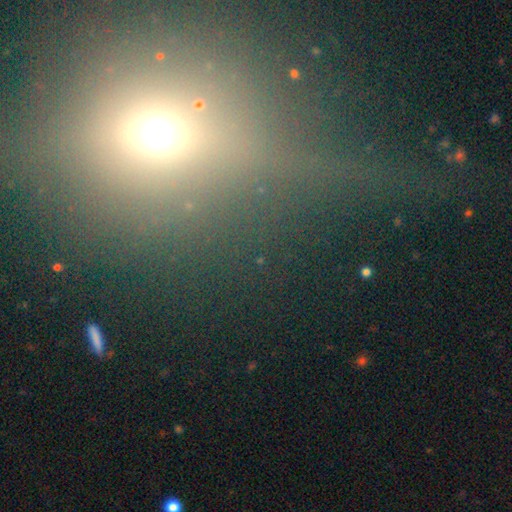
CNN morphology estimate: Smooth or featured? star or artifact (52%)